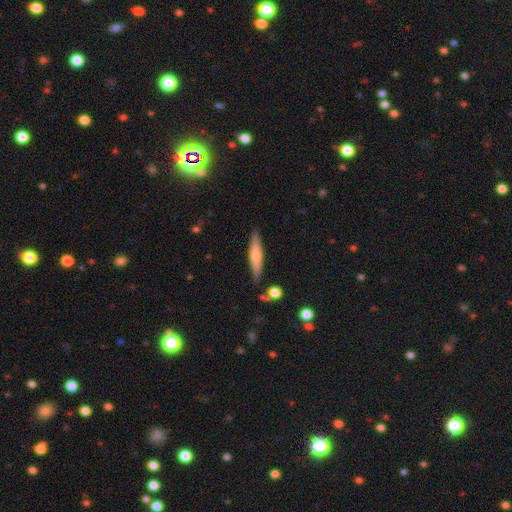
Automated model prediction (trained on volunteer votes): Overall: smooth (60%; featured or disk 34%). How rounded: cigar-shaped (87%). Merging: none (84%).